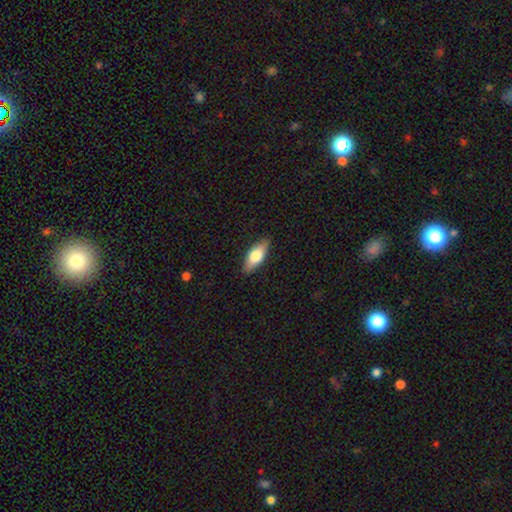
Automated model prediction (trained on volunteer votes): smooth 71%, featured or disk 23%, star or artifact 6%. Down the decision tree: how rounded — in between (77%); merging — none (87%).